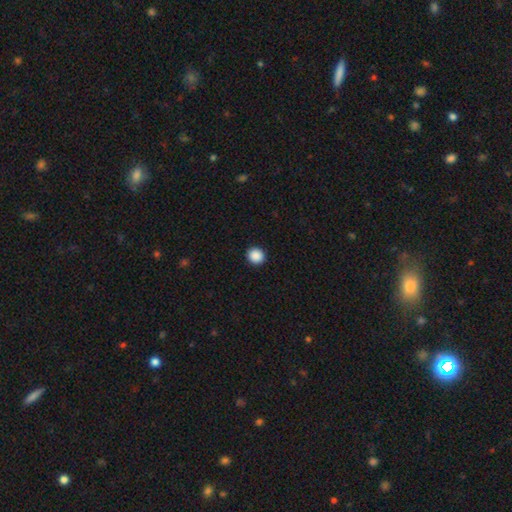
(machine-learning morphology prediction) This appears to be a smooth galaxy with no disk features (89%) that is round (89%). Merging: none (93%).